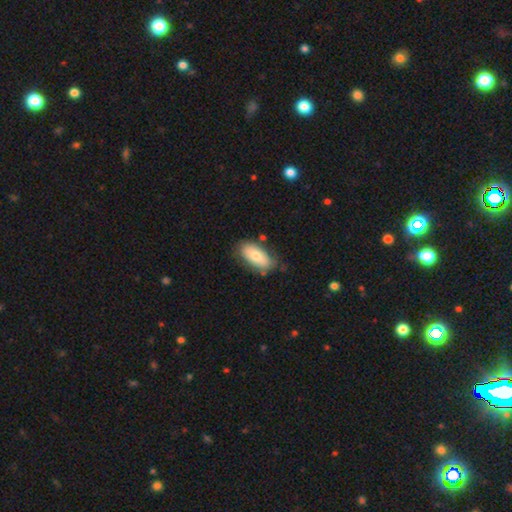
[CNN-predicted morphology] Overall: smooth (72%). How rounded: in between (90%). Merging: none (72%).